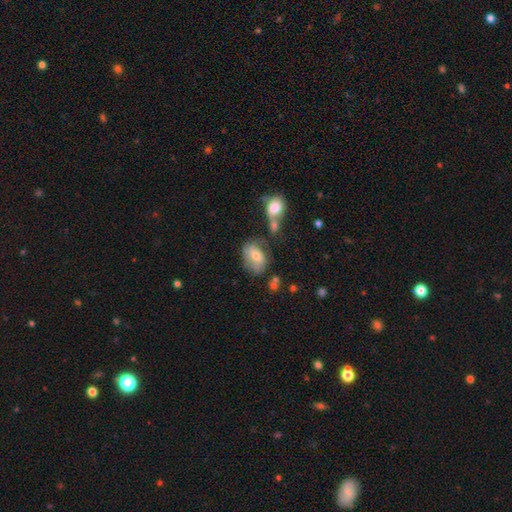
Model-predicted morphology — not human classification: The model was most divided on "smooth or featured": smooth: 53%, featured or disk: 38%, star or artifact: 9%. Remaining: how rounded — in between (73%); merging — none (49%).